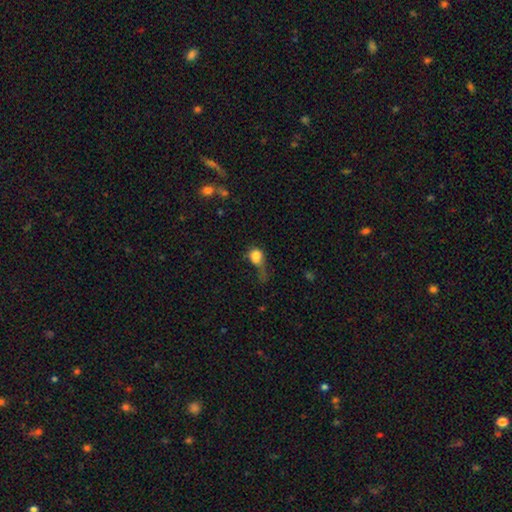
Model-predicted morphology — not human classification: This is likely a smooth galaxy (76%). How rounded: likely round (68%). Merging: possibly major disturbance (45%).